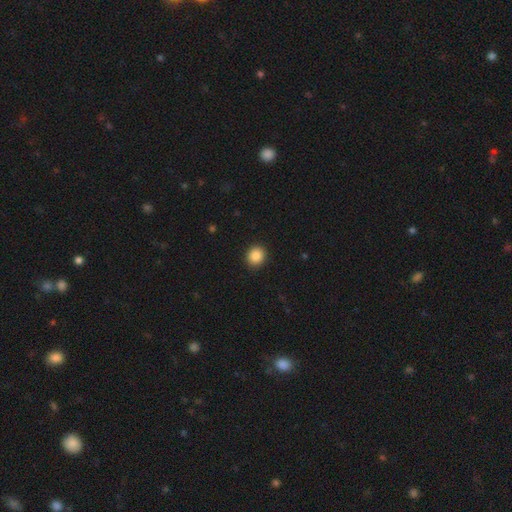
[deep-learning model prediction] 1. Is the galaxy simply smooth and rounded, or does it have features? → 88% smooth, 9% star or artifact, 3% featured or disk.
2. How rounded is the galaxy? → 83% round, 16% in between, 1% cigar-shaped.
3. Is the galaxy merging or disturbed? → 92% none, 5% minor disturbance, 2% major disturbance, 1% merger.